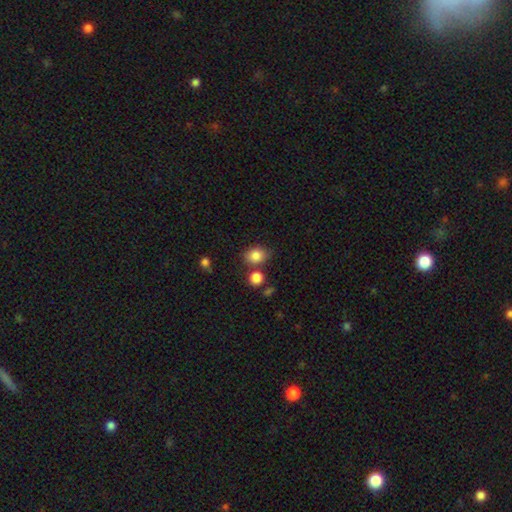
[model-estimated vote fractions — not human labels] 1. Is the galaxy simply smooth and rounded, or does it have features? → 84% smooth, 10% star or artifact, 6% featured or disk.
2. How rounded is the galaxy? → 51% in between, 48% round, 1% cigar-shaped.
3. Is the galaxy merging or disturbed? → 70% none, 14% minor disturbance, 13% merger, 4% major disturbance.